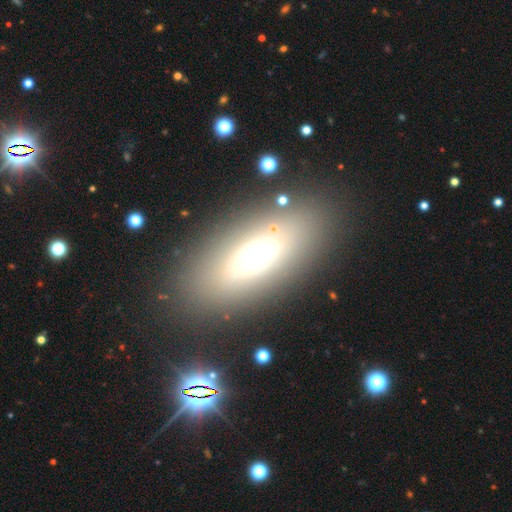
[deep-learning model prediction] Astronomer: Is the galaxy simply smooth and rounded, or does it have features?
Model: smooth — 58%.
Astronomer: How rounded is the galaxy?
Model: in between — 81%.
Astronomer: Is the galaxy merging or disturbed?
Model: none — 82%.